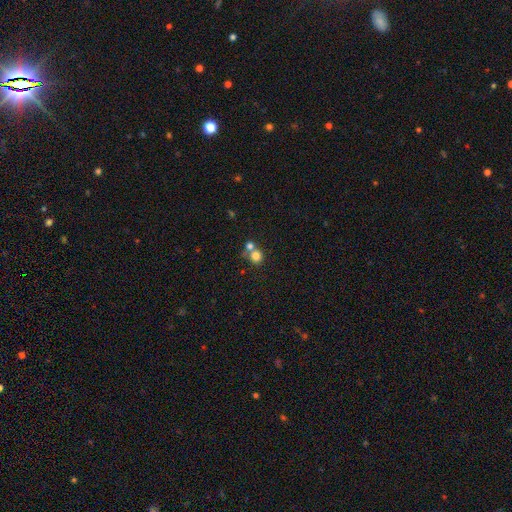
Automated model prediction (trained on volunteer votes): Overall: smooth (79%). How rounded: round (87%). Merging: none (47%; merger 42%).